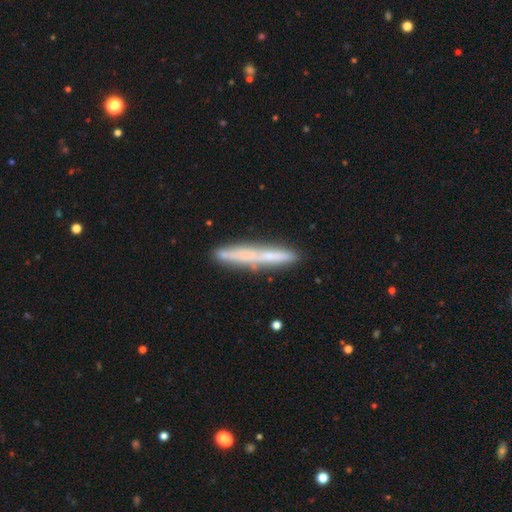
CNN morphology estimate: Smooth or featured?
  - smooth: 50% *
  - featured or disk: 42%
  - star or artifact: 8%
Merging?
  - none: 83% *
  - minor disturbance: 12%
  - merger: 2%
  - major disturbance: 2%